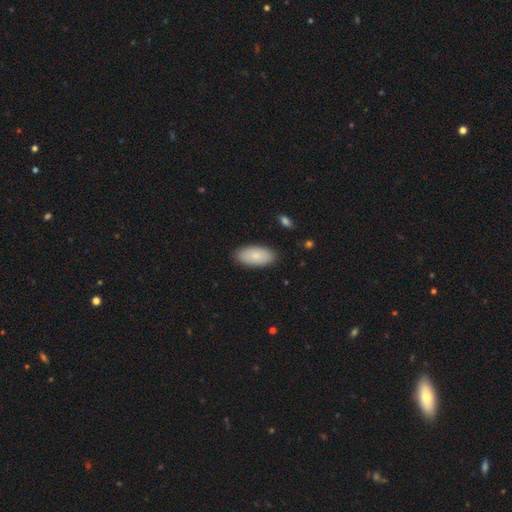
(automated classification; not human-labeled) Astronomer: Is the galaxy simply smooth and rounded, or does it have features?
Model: smooth — 83%.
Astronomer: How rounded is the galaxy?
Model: in between — 94%.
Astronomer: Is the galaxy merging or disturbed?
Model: none — 87%.